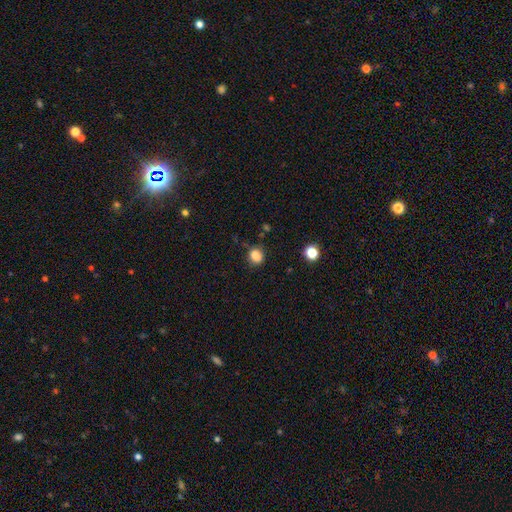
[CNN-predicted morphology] smooth_or_featured: smooth (p=0.85) [alt: star or artifact p=0.11]
how_rounded: round (p=0.64) [alt: in between p=0.35]
merging: none (p=0.77) [alt: minor disturbance p=0.16]